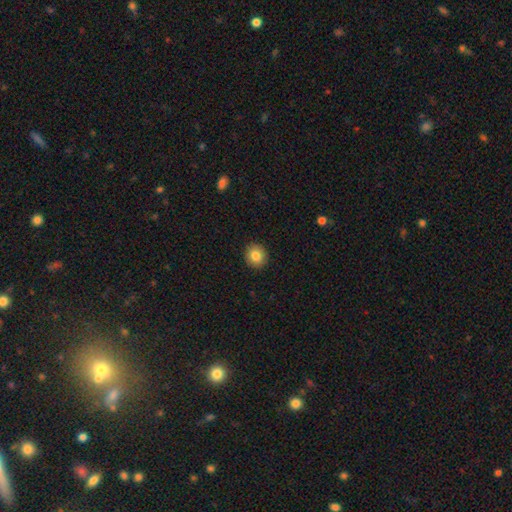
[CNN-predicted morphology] A smooth galaxy with no disk features (84%) that is round (87%). Merging: none (92%).